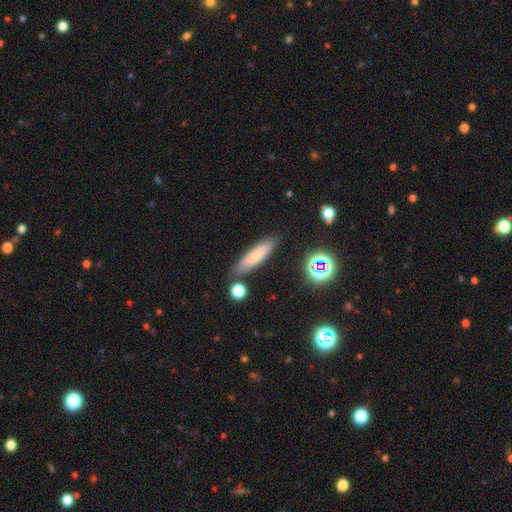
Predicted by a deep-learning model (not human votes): smooth_or_featured: smooth (p=0.74) [alt: featured or disk p=0.16]
how_rounded: cigar-shaped (p=0.77) [alt: in between p=0.21]
merging: none (p=0.82) [alt: minor disturbance p=0.11]